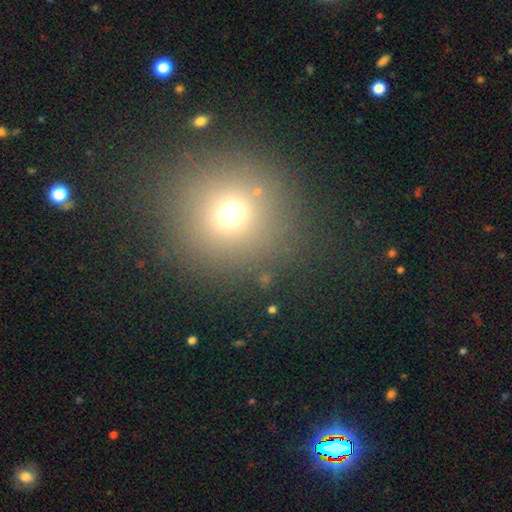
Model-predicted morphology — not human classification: Smooth or featured? smooth (63%)
How rounded? round (91%)
Merging? none (86%)